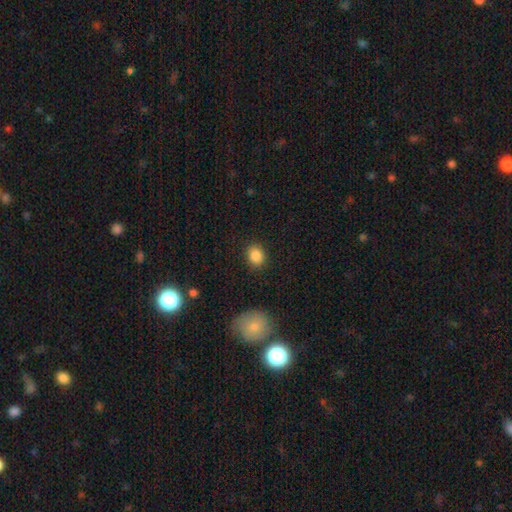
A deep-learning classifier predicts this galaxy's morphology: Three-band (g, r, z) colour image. It shows a smooth galaxy with no disk features (87%) that is round (58%). Merging: none (88%).